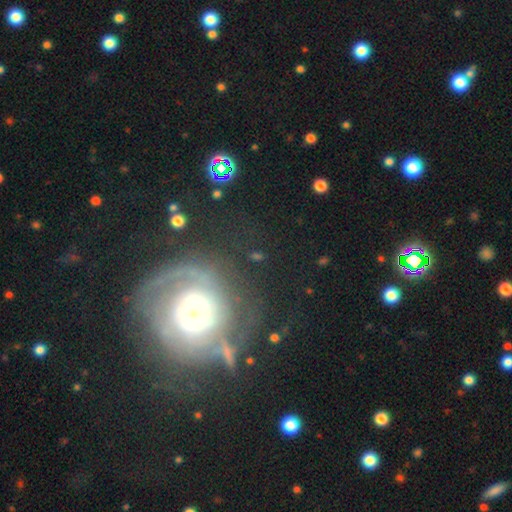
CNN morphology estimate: smooth-or-featured: featured or disk: 70% | smooth: 18% | star or artifact: 12%
  disk-edge-on: no: 95% | yes: 5%
    bar: no: 77% | weak: 15% | strong: 7%
    has-spiral-arms: yes: 74% | no: 26%
    bulge-size: moderate: 64% | small: 20% | large: 12% | dominant: 2% | none: 2%
  merging: none: 64% | major disturbance: 16% | minor disturbance: 15% | merger: 4%